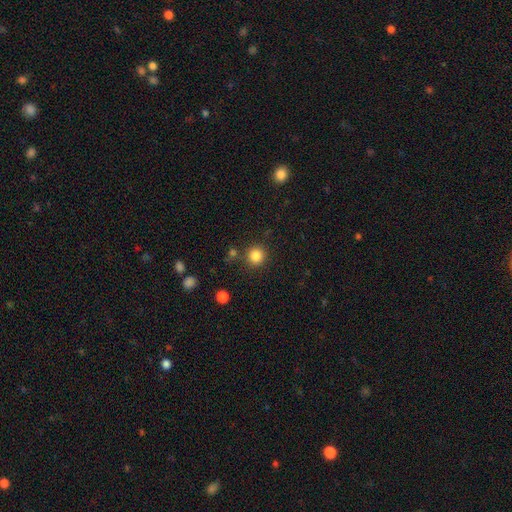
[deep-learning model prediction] smooth-or-featured: smooth: 85% | star or artifact: 11% | featured or disk: 4%
  how-rounded: round: 93% | in between: 6% | cigar-shaped: 1%
  merging: none: 85% | minor disturbance: 8% | merger: 5% | major disturbance: 3%